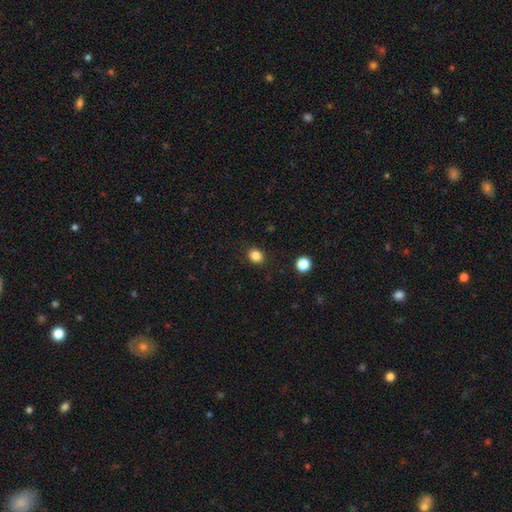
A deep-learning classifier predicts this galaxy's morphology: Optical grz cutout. It shows a smooth galaxy with no disk features (84%) that is round (60%). Merging: none (88%).